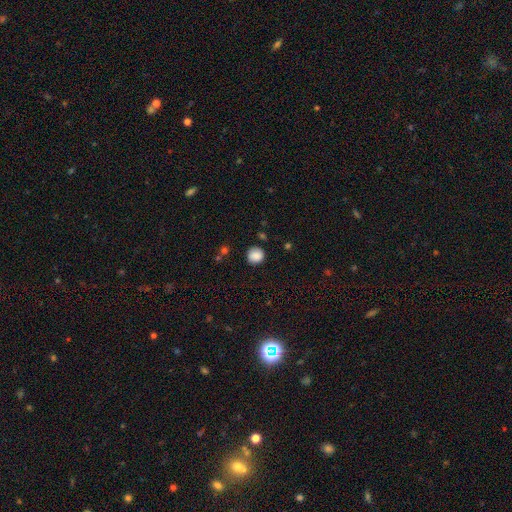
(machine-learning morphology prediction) Smooth or featured? Predicted: smooth (p=0.87). How rounded? Predicted: round (p=0.92). Merging? Predicted: none (p=0.86).